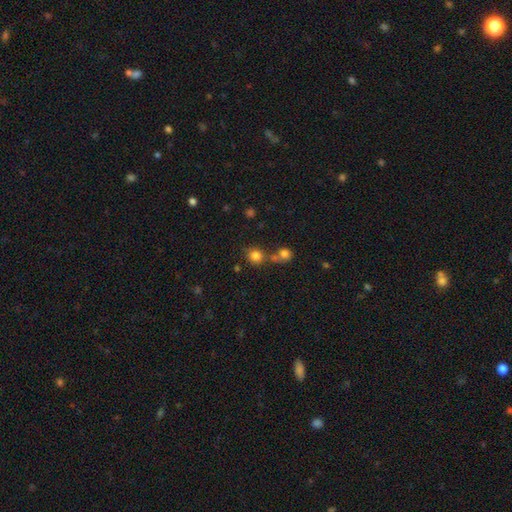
A smooth galaxy with no disk features (95%) that is round (91%). Merging: none (70%).